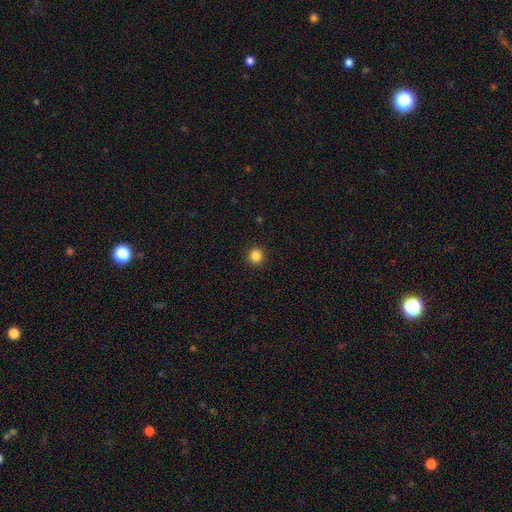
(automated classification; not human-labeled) A smooth galaxy with no disk features (86%) that is round (93%).

Vote fractions:
- Smooth or featured? smooth: 86% / star or artifact: 11% / featured or disk: 3%
- How rounded? round: 93% / in between: 6% / cigar-shaped: 1%
- Merging? none: 92% / minor disturbance: 5% / major disturbance: 2% / merger: 1%